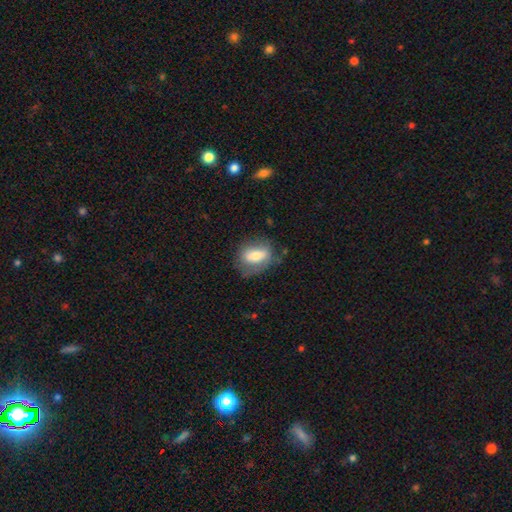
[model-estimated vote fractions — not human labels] The model was most divided on "merging": none: 60%, minor disturbance: 26%, major disturbance: 12%, merger: 2%. More confident: how rounded — in between (75%); smooth or featured — smooth (66%).